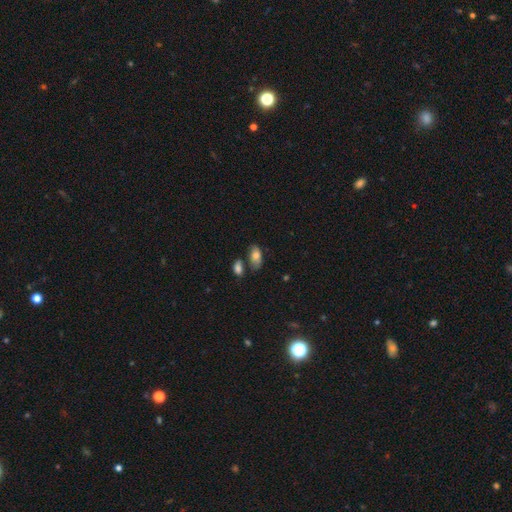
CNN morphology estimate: A smooth galaxy with no disk features (76%) that is in between round and cigar-shaped (91%). Merging: none (58%).